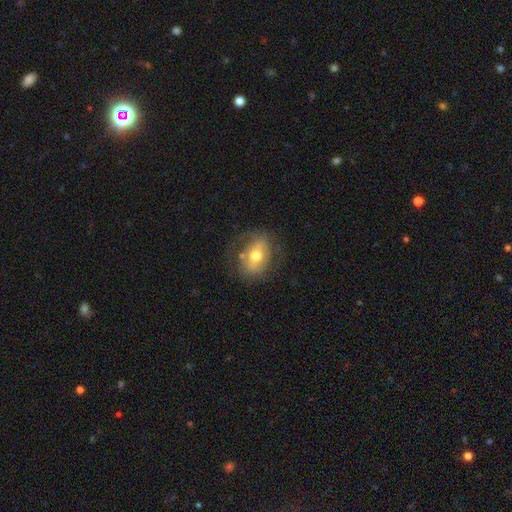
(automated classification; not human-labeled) Smooth or featured: featured or disk — 48% (smooth — 44%)
Merging: none — 66% (minor disturbance — 19%)